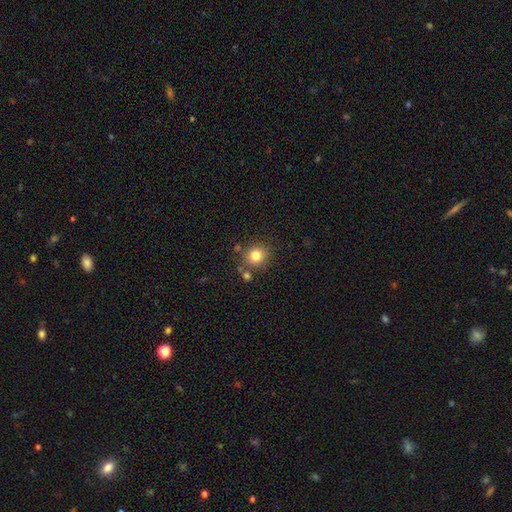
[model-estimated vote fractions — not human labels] Smooth or featured: smooth — 81% (star or artifact — 12%)
How rounded: round — 86% (in between — 13%)
Merging: none — 77% (minor disturbance — 10%)